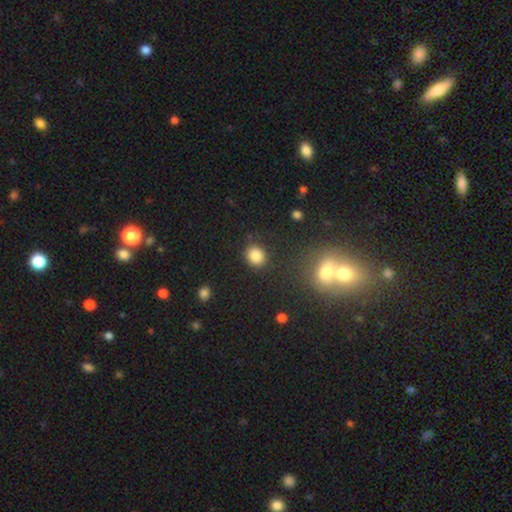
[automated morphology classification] Q: Smooth or featured?
A: smooth (85%); runner-up: star or artifact (11%)
Q: How rounded?
A: round (65%); runner-up: in between (34%)
Q: Merging?
A: none (83%); runner-up: minor disturbance (11%)